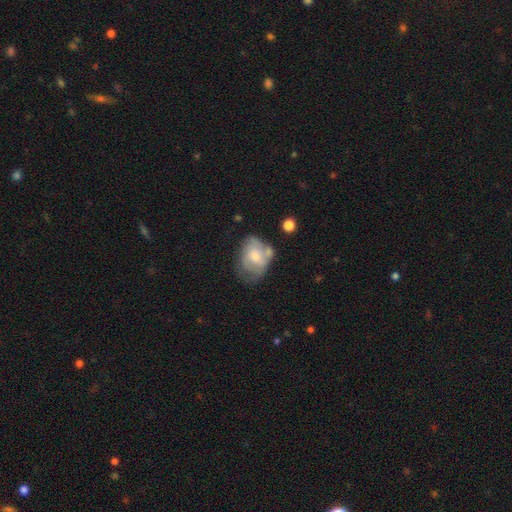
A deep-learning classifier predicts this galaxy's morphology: type=featured or disk (52%); edge-on=no (96%); bar=no (66%); spiral arms=yes (61%); bulge=moderate (46%); merging=none (35%).